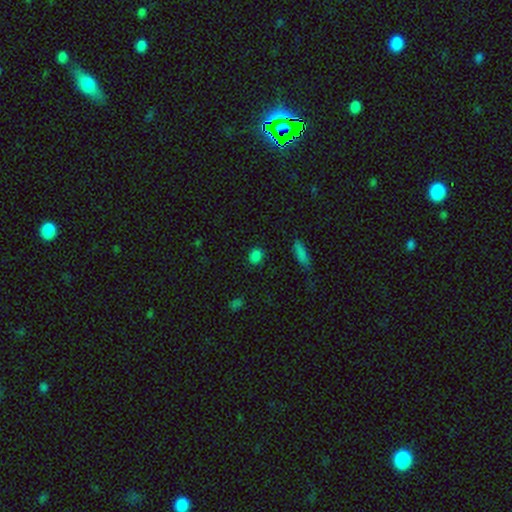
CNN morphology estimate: Smooth or featured? smooth (81%)
How rounded? round (54%)
Merging? none (86%)